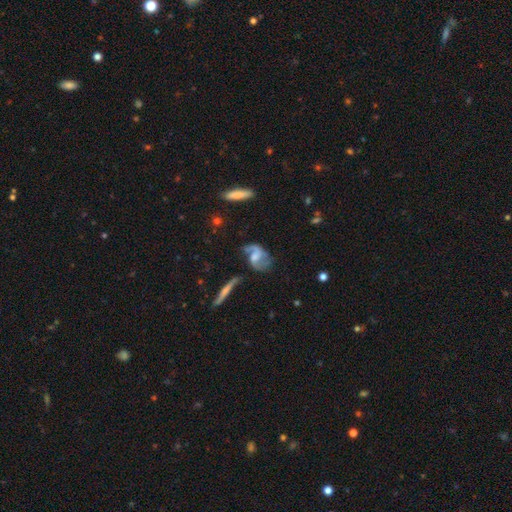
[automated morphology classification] The model was most divided on "bar": weak: 45%, no: 40%, strong: 15%. Remaining: edge-on disk — no (95%); spiral arms — yes (91%); spiral arm count — 2 (83%); smooth or featured — featured or disk (77%); merging — none (53%); spiral winding — loose (51%); bulge size — moderate (41%).